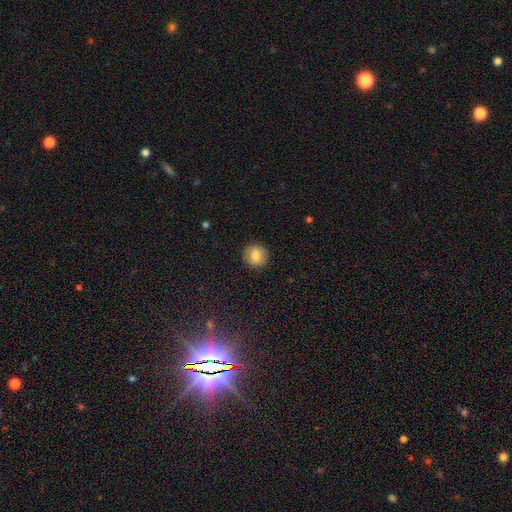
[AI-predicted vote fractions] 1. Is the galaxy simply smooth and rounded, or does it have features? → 82% smooth, 9% featured or disk, 9% star or artifact.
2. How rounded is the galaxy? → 92% round, 7% in between, 1% cigar-shaped.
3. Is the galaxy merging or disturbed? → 91% none, 6% minor disturbance, 2% major disturbance, 1% merger.